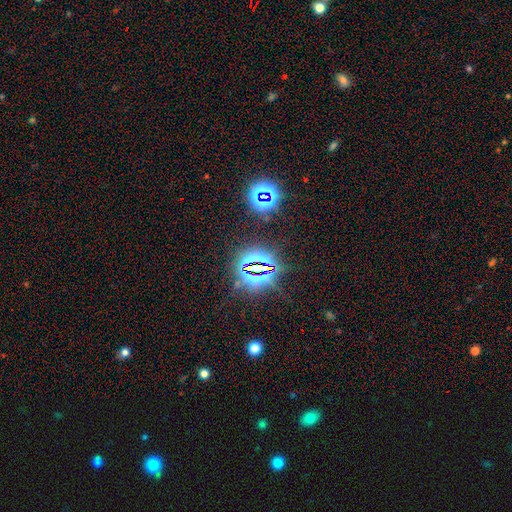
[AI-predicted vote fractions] Smooth or featured? star or artifact (80%)